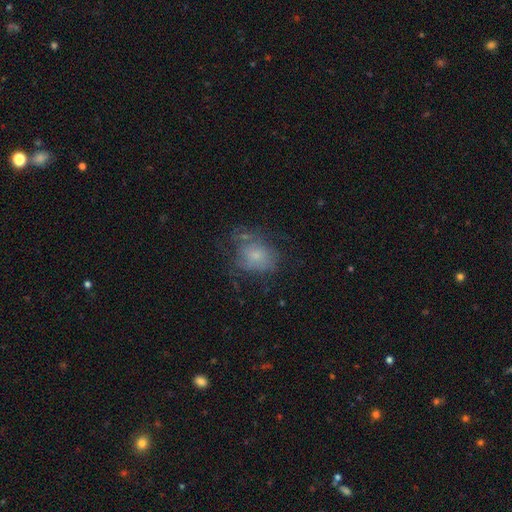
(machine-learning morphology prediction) smooth_or_featured: smooth (p=0.53) [alt: featured or disk p=0.35]
how_rounded: round (p=0.55) [alt: in between p=0.44]
merging: none (p=0.45) [alt: minor disturbance p=0.26]